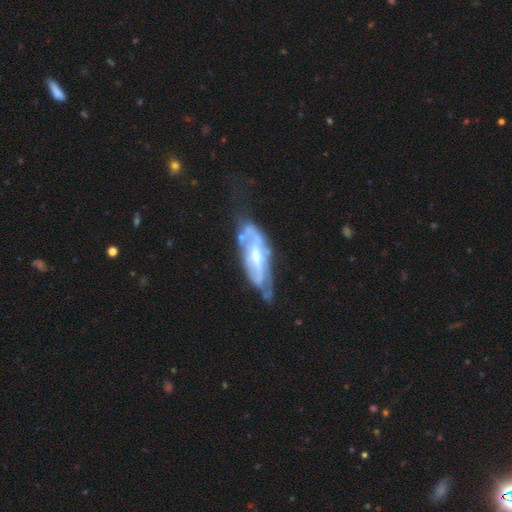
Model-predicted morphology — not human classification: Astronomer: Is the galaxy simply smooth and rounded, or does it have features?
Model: featured or disk — 78%.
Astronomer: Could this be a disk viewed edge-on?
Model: no — 82%.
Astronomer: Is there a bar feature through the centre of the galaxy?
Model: weak — 41% (runner-up: no, 32%).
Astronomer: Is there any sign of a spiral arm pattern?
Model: yes — 77%.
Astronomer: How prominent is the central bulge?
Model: moderate — 53% (runner-up: small, 36%).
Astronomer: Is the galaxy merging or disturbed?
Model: none — 48% (runner-up: minor disturbance, 29%).